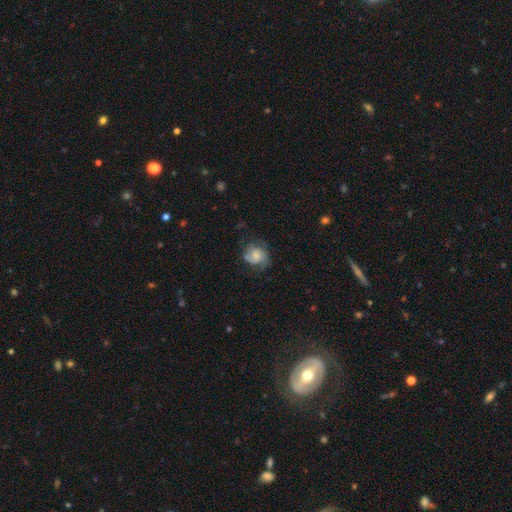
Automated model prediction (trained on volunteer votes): The model was most divided on "bulge size" (2-way tie): moderate: 36%, small: 36%, none: 16%, large: 10%, dominant: 2%. More confident: edge-on disk — no (98%); spiral arms — yes (86%); bar — no (65%); merging — none (61%); smooth or featured — featured or disk (55%).